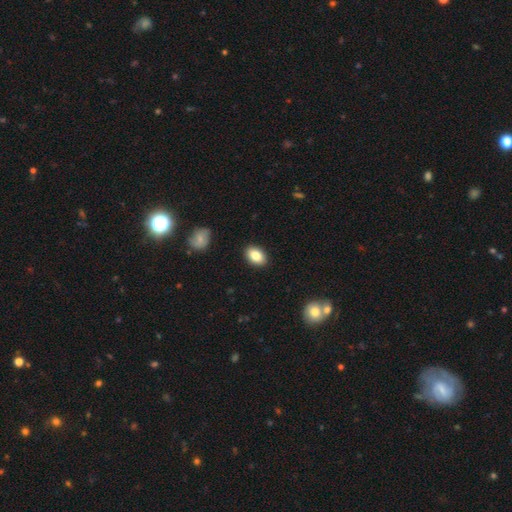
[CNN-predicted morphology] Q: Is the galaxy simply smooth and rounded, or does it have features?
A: smooth — 85%.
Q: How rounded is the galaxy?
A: in between — 87%.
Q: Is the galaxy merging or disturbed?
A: none — 89%.